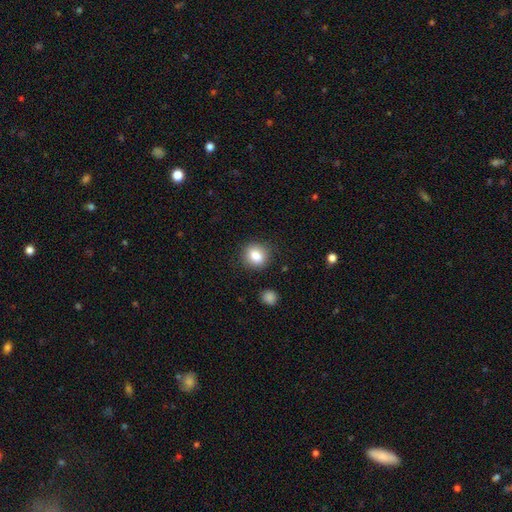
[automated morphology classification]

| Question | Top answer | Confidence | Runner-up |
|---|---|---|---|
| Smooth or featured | smooth | 84% | star or artifact (9%) |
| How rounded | round | 71% | in between (28%) |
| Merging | none | 85% | minor disturbance (10%) |